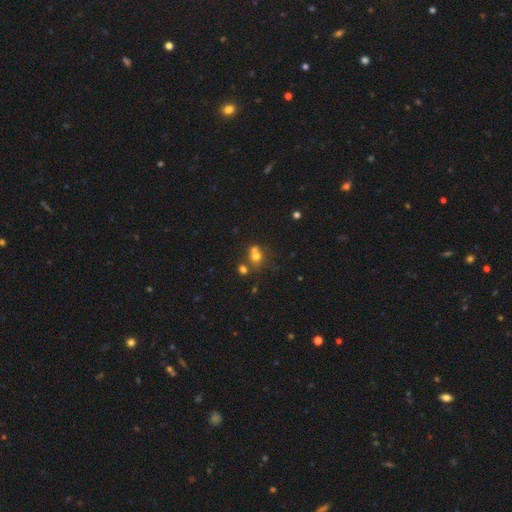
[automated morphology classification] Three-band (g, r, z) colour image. It shows a smooth galaxy with no disk features (65%) that is round (75%). Merging: merger (46%).